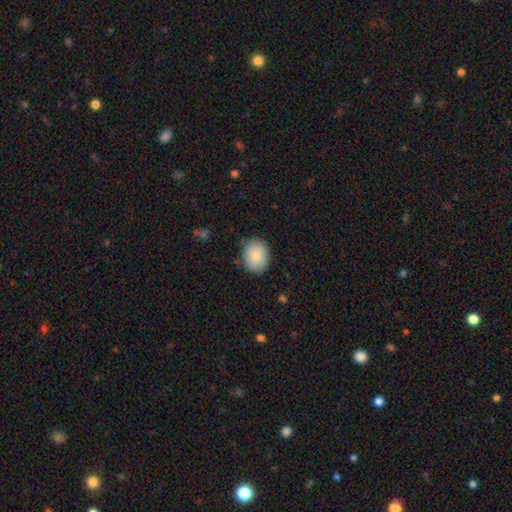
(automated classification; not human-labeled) smooth 83%, featured or disk 10%, star or artifact 7%. Down the decision tree: how rounded — in between (55%); merging — none (80%).